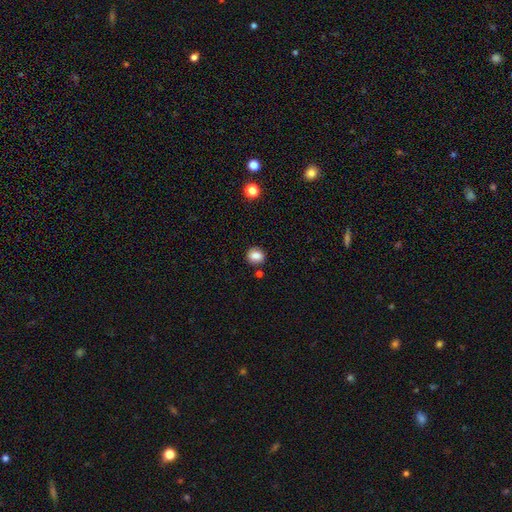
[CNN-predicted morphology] A smooth galaxy with no disk features (83%) that is round (67%). Merging: none (82%).